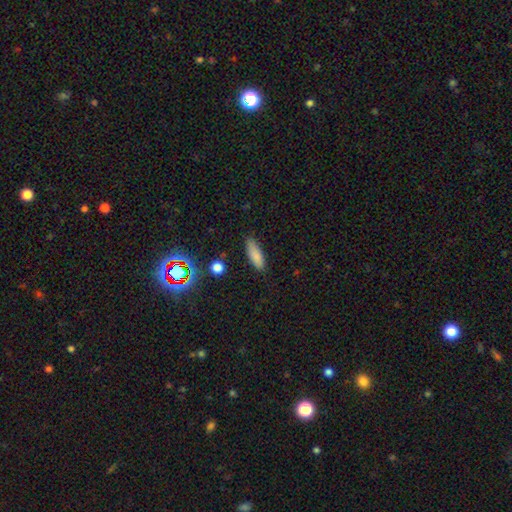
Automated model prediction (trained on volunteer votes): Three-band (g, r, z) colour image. It shows a smooth galaxy with no disk features (84%) that is in between round and cigar-shaped (58%). Merging: none (82%).